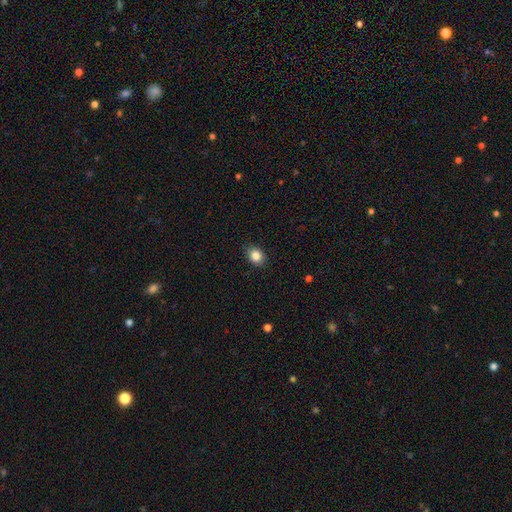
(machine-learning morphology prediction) Q: Smooth or featured?
A: smooth (85%); runner-up: star or artifact (10%)
Q: How rounded?
A: in between (53%); runner-up: round (46%)
Q: Merging?
A: none (86%); runner-up: minor disturbance (11%)